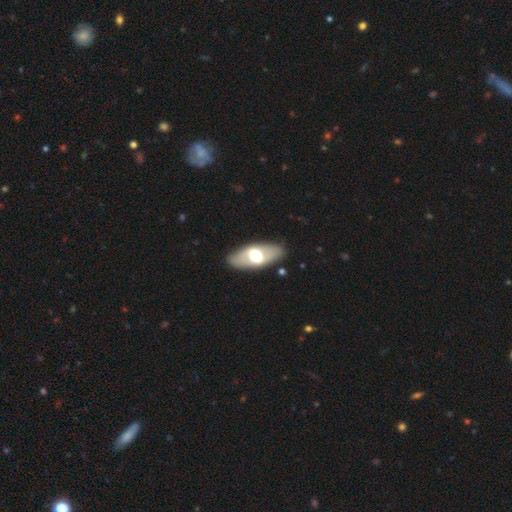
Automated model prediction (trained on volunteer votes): smooth_or_featured: smooth (p=0.49) [alt: featured or disk p=0.46]
merging: none (p=0.86) [alt: minor disturbance p=0.10]